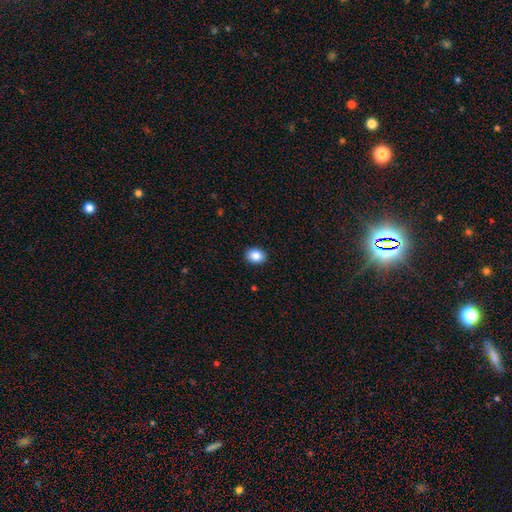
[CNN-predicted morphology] smooth_or_featured: smooth (p=0.88) [alt: star or artifact p=0.08]
how_rounded: in between (p=0.58) [alt: round p=0.41]
merging: none (p=0.90) [alt: minor disturbance p=0.07]